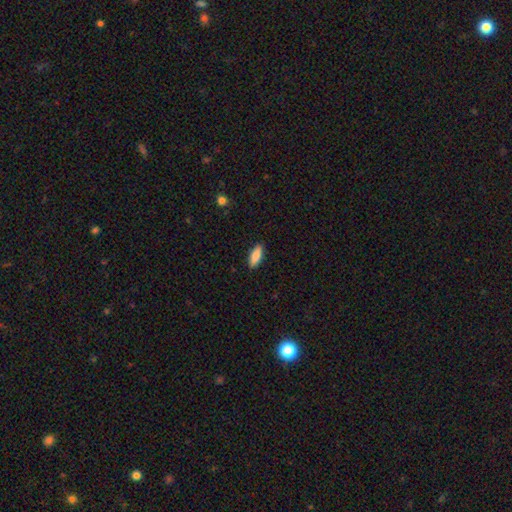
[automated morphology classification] Q: Smooth or featured?
A: smooth (83%); runner-up: featured or disk (11%)
Q: How rounded?
A: in between (68%); runner-up: cigar-shaped (30%)
Q: Merging?
A: none (90%); runner-up: minor disturbance (8%)